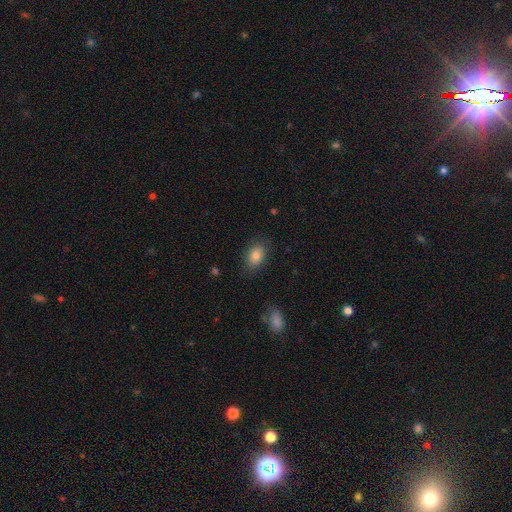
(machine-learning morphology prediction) Smooth or featured: smooth — 82% (featured or disk — 9%)
How rounded: in between — 82% (round — 17%)
Merging: none — 83% (minor disturbance — 12%)